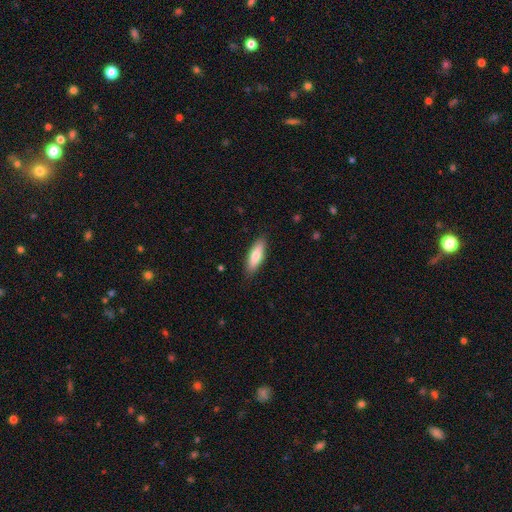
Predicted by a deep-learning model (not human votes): Smooth or featured: smooth — 78% (featured or disk — 16%)
How rounded: in between — 55% (cigar-shaped — 43%)
Merging: none — 87% (minor disturbance — 10%)